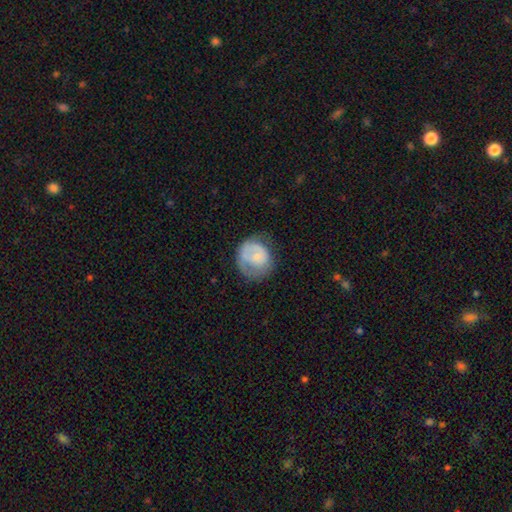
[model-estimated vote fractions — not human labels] This is likely a smooth galaxy (61%). How rounded: likely round (77%). Merging: possibly none (47%).